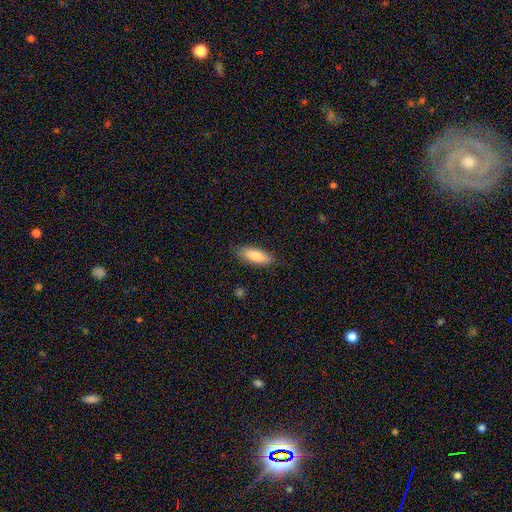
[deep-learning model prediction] Overall: smooth (86%). How rounded: in between (63%; cigar-shaped 36%). Merging: none (84%).